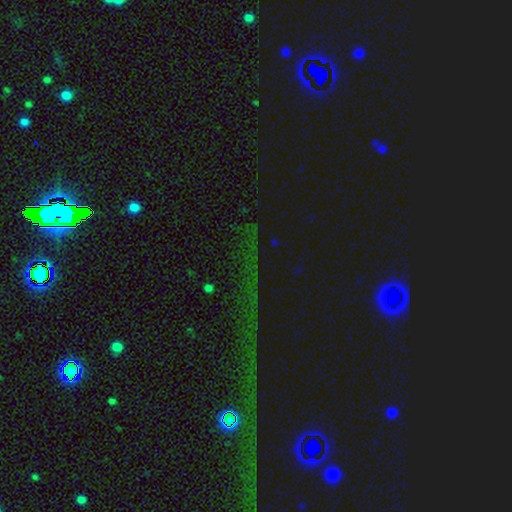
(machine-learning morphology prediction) Smooth or featured? star or artifact (82%)